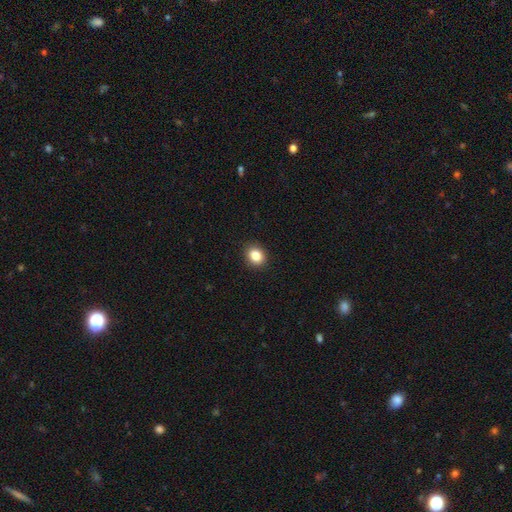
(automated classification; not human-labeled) Smooth or featured: smooth — 85% (star or artifact — 10%)
How rounded: round — 67% (in between — 32%)
Merging: none — 91% (minor disturbance — 6%)